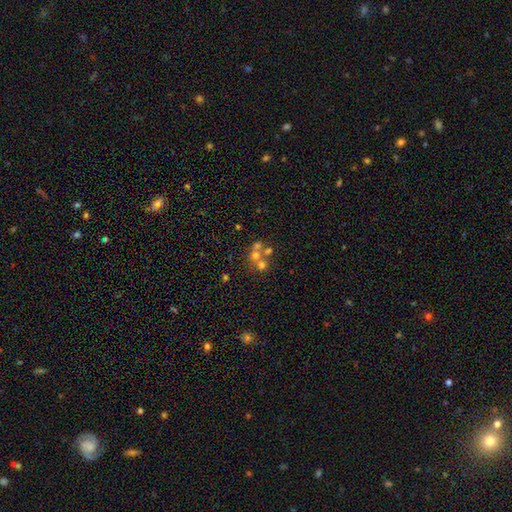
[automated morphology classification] A smooth galaxy with no disk features (50%).

Vote fractions:
- Smooth or featured? smooth: 50% / featured or disk: 30% / star or artifact: 21%
- Merging? merger: 52% / none: 37% / minor disturbance: 6% / major disturbance: 5%